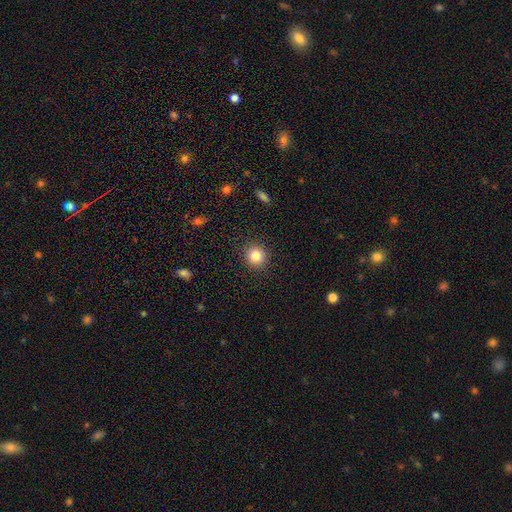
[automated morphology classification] Q: Smooth or featured?
A: smooth (83%); runner-up: star or artifact (11%)
Q: How rounded?
A: round (90%); runner-up: in between (9%)
Q: Merging?
A: none (91%); runner-up: minor disturbance (6%)